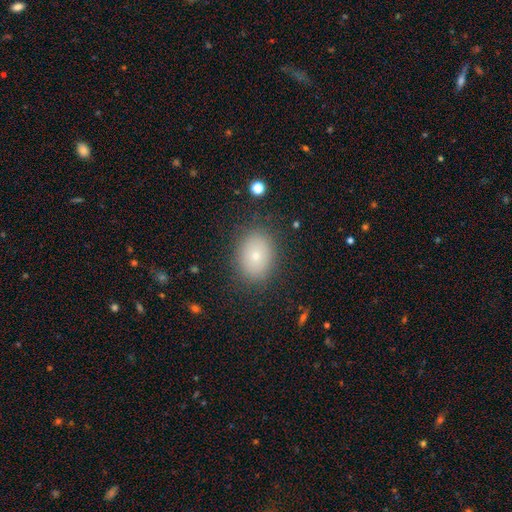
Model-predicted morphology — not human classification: A smooth galaxy with no disk features (74%) that is in between round and cigar-shaped (65%). Merging: none (84%).